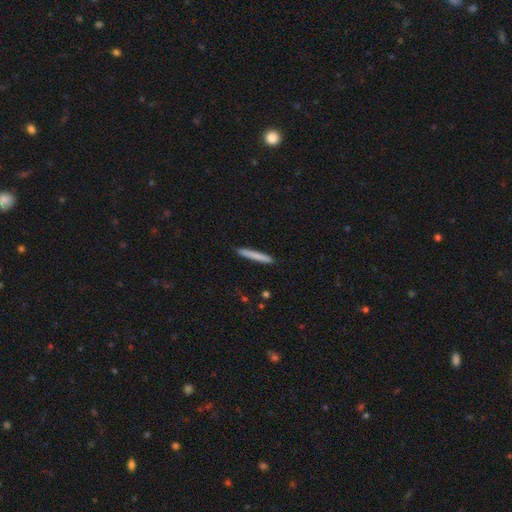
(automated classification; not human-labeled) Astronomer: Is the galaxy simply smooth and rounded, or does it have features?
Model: smooth — 77%.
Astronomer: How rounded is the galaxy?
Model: cigar-shaped — 96%.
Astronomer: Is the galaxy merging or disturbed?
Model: none — 91%.